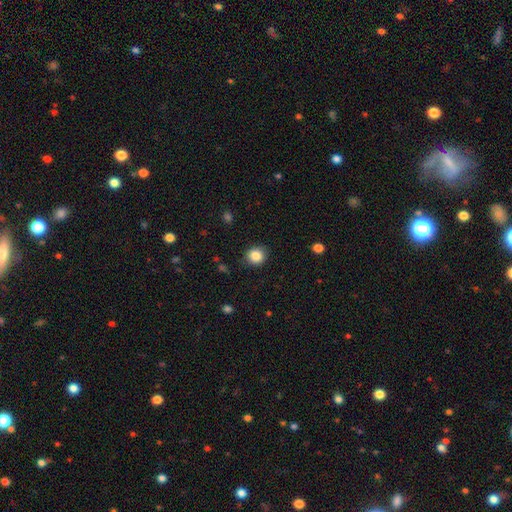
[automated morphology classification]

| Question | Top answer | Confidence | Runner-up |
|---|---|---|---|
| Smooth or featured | smooth | 85% | star or artifact (10%) |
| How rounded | round | 84% | in between (15%) |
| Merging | none | 87% | minor disturbance (10%) |